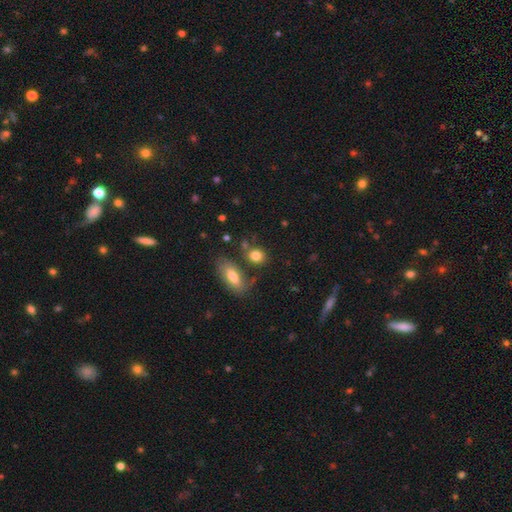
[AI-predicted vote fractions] Smooth or featured? Predicted: smooth (p=0.83). How rounded? Predicted: round (p=0.54). Merging? Predicted: none (p=0.68).